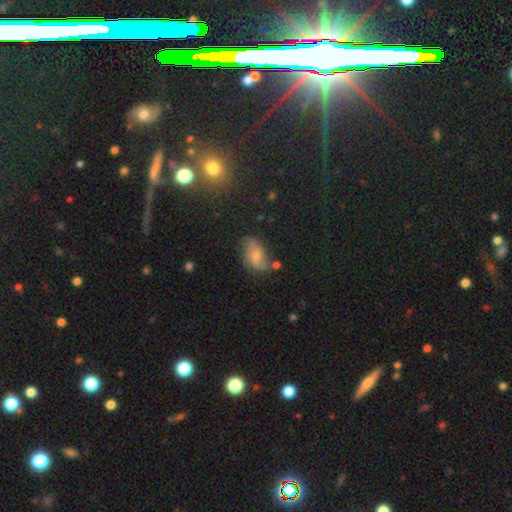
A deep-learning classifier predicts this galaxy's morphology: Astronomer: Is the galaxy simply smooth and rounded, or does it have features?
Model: featured or disk — 49% (runner-up: smooth, 39%).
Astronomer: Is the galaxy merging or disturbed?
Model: none — 55%.